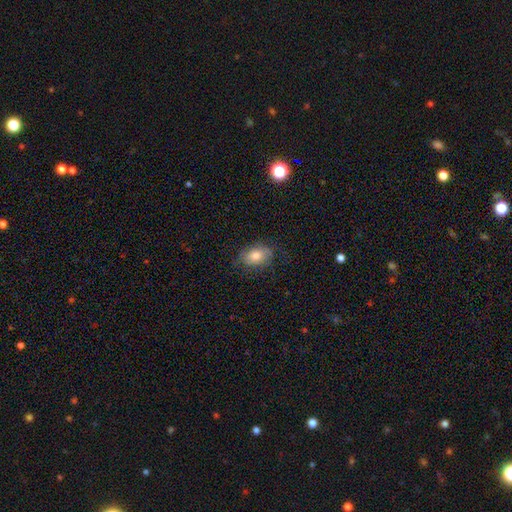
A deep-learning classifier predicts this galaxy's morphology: The model was most divided on "merging": none: 70%, minor disturbance: 21%, major disturbance: 8%, merger: 1%. More confident: how rounded — in between (74%); smooth or featured — smooth (71%).